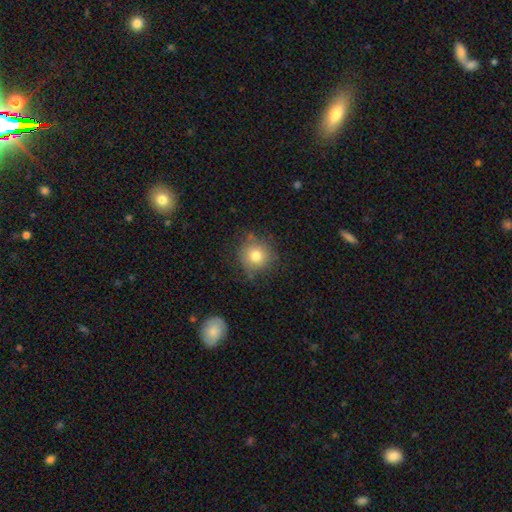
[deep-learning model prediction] Smooth or featured? smooth (77%)
How rounded? round (92%)
Merging? none (77%)